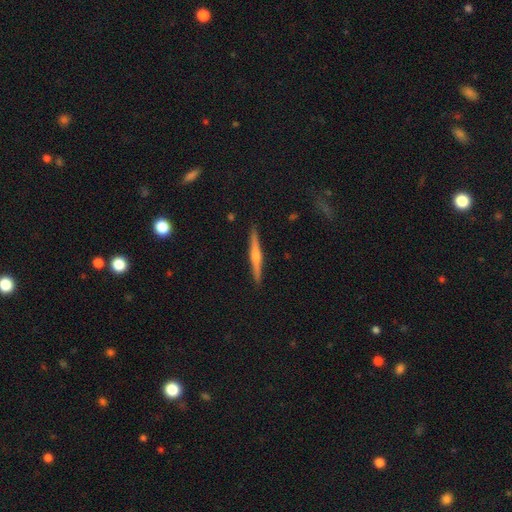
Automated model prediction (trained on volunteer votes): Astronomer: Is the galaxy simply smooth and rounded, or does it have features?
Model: featured or disk — 66%.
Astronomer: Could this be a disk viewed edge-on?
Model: yes — 98%.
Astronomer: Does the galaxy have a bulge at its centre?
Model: rounded — 81%.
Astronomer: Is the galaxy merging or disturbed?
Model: none — 91%.